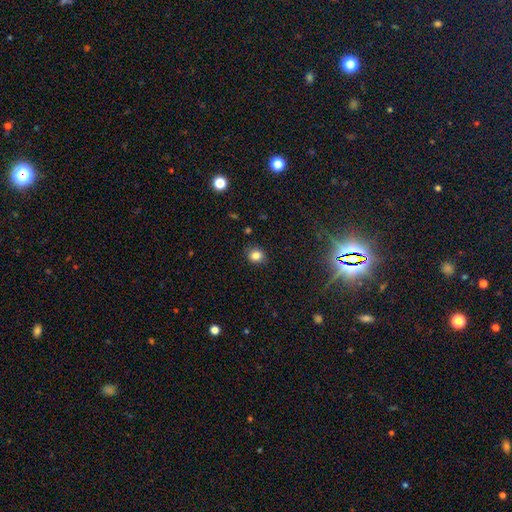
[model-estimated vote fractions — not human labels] A smooth galaxy with no disk features (81%) that is round (68%).

Vote fractions:
- Smooth or featured? smooth: 81% / star or artifact: 12% / featured or disk: 7%
- How rounded? round: 68% / in between: 31% / cigar-shaped: 1%
- Merging? none: 86% / minor disturbance: 10% / major disturbance: 2% / merger: 1%